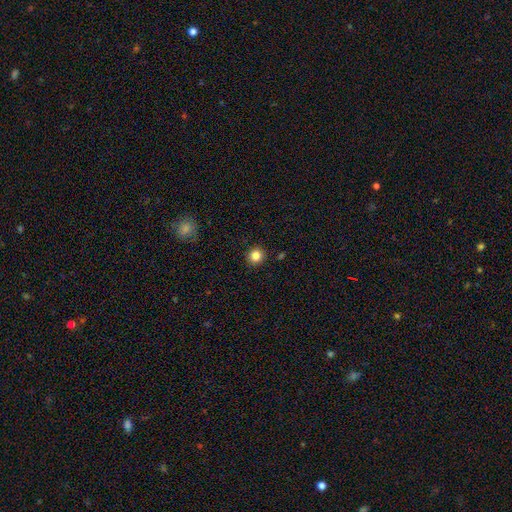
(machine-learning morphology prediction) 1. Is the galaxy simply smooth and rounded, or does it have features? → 85% smooth, 11% star or artifact, 5% featured or disk.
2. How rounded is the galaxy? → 92% round, 7% in between, 1% cigar-shaped.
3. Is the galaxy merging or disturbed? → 91% none, 6% minor disturbance, 2% major disturbance, 1% merger.